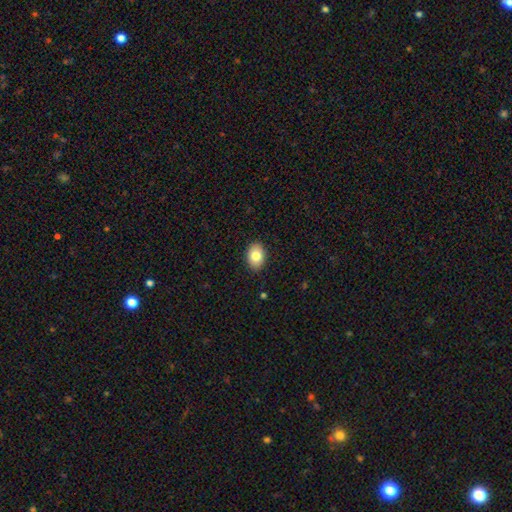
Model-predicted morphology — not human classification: smooth 81%, featured or disk 11%, star or artifact 8%. Down the decision tree: how rounded — in between (76%); merging — none (89%).